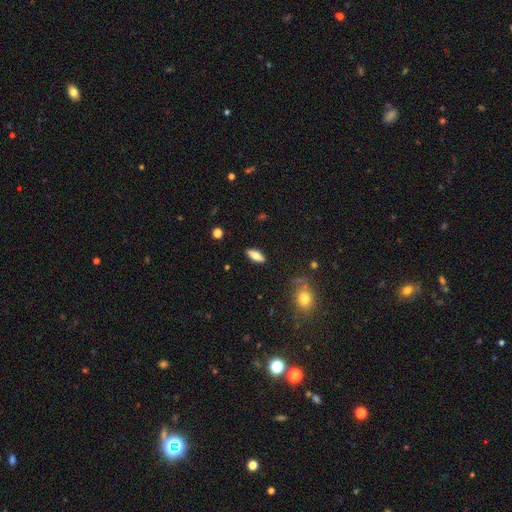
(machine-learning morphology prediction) Smooth or featured: smooth — 71% (featured or disk — 22%)
How rounded: in between — 65% (cigar-shaped — 32%)
Merging: none — 87% (minor disturbance — 9%)